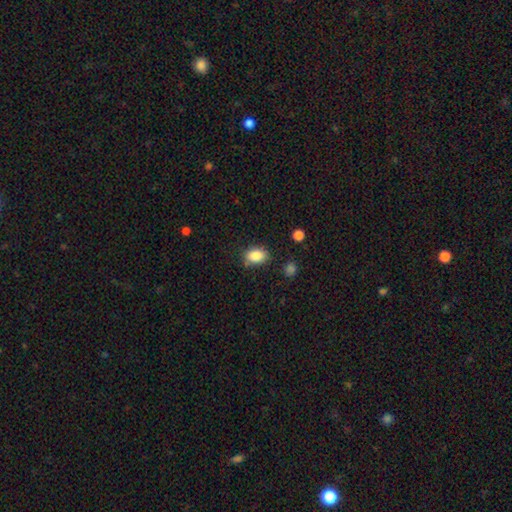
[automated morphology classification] smooth_or_featured: smooth (p=0.86) [alt: star or artifact p=0.09]
how_rounded: in between (p=0.81) [alt: round p=0.17]
merging: none (p=0.77) [alt: minor disturbance p=0.16]